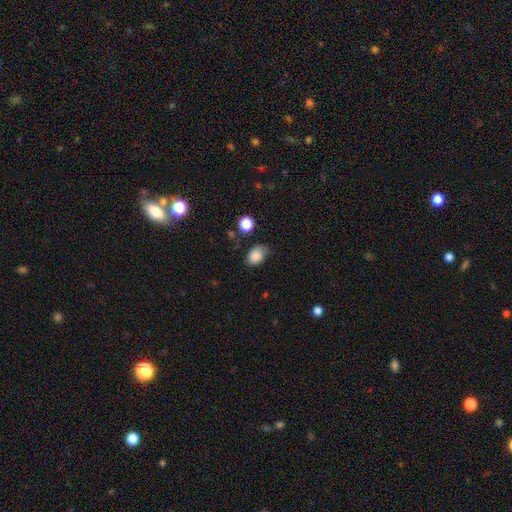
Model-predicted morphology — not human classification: Smooth or featured? Predicted: smooth (p=0.85). How rounded? Predicted: in between (p=0.77). Merging? Predicted: none (p=0.60).